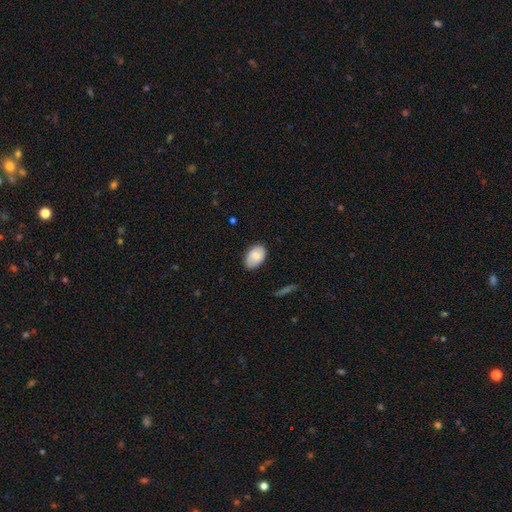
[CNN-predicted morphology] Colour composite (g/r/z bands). It shows a smooth galaxy with no disk features (80%) that is in between round and cigar-shaped (89%). Merging: none (78%).